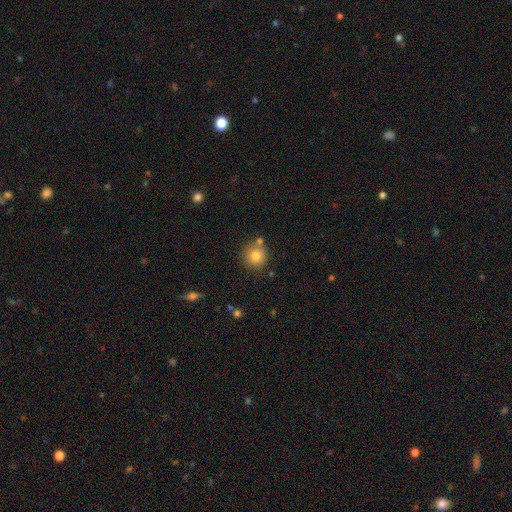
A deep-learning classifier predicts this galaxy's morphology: Smooth or featured? Predicted: smooth (p=0.80). How rounded? Predicted: round (p=0.92). Merging? Predicted: none (p=0.75).